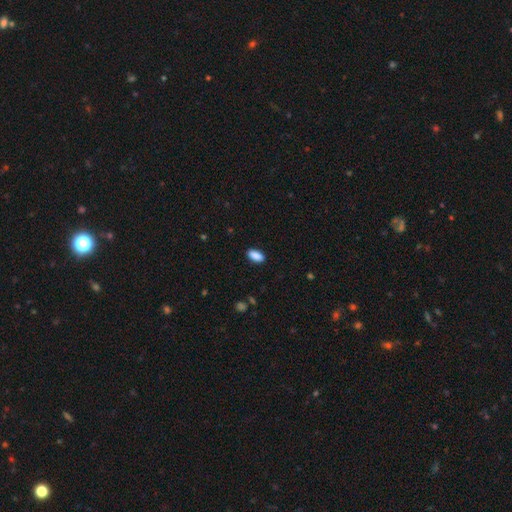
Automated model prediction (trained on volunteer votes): This is clearly a smooth galaxy (89%). How rounded: clearly in between (89%). Merging: clearly none (89%).